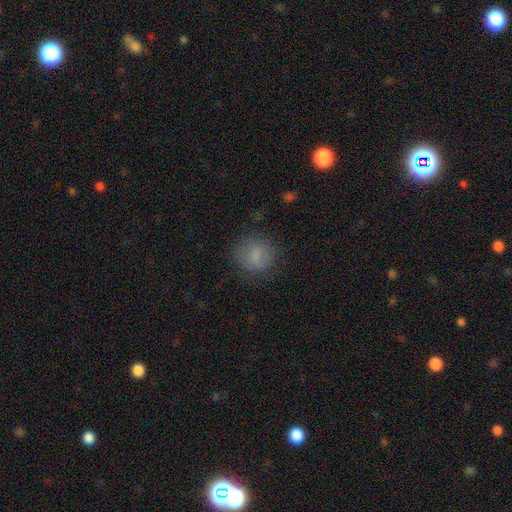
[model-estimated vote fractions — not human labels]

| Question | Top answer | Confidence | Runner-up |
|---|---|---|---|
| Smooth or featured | smooth | 78% | featured or disk (11%) |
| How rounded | round | 80% | in between (19%) |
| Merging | none | 80% | minor disturbance (13%) |